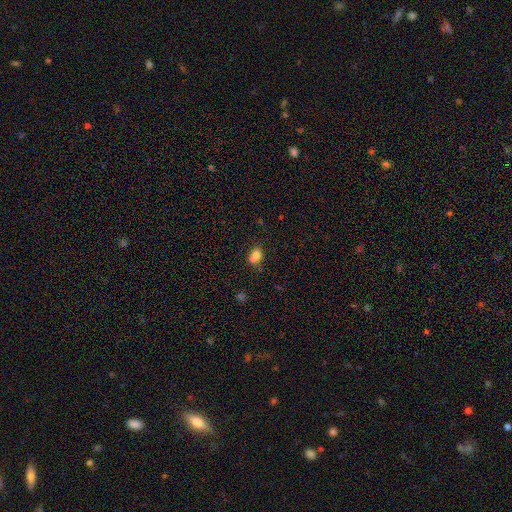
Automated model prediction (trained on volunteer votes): Smooth or featured: smooth — 78% (star or artifact — 11%)
How rounded: in between — 58% (round — 41%)
Merging: none — 51% (merger — 25%)